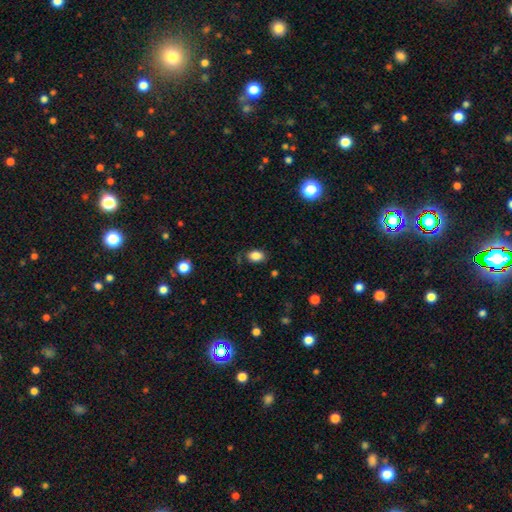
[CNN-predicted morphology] smooth-or-featured: smooth: 85% | star or artifact: 10% | featured or disk: 6%
  how-rounded: in between: 78% | round: 21% | cigar-shaped: 1%
  merging: none: 77% | minor disturbance: 17% | major disturbance: 5% | merger: 2%